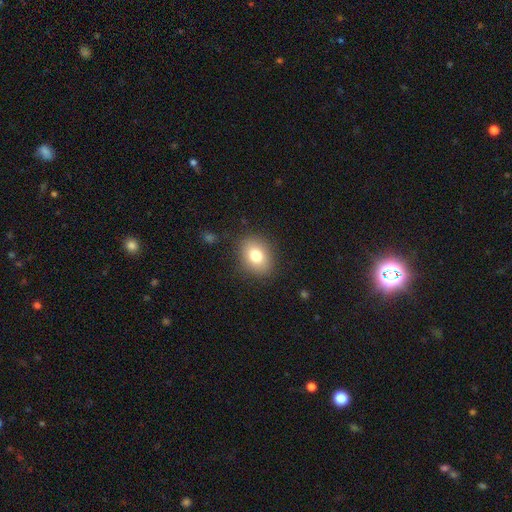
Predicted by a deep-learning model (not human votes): Smooth or featured? smooth (79%)
How rounded? in between (57%)
Merging? none (86%)